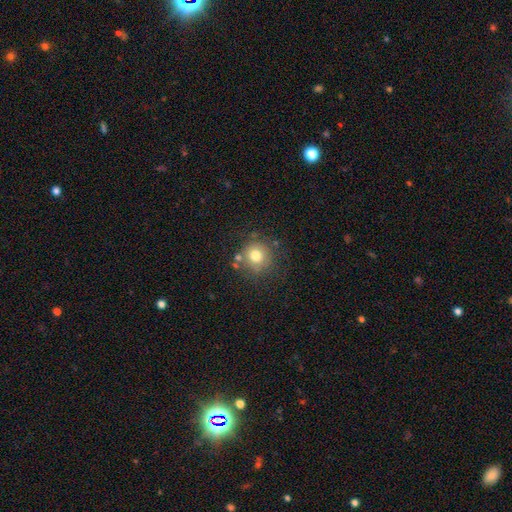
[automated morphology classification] type=smooth (76%); roundness=round (91%); merging=none (74%).